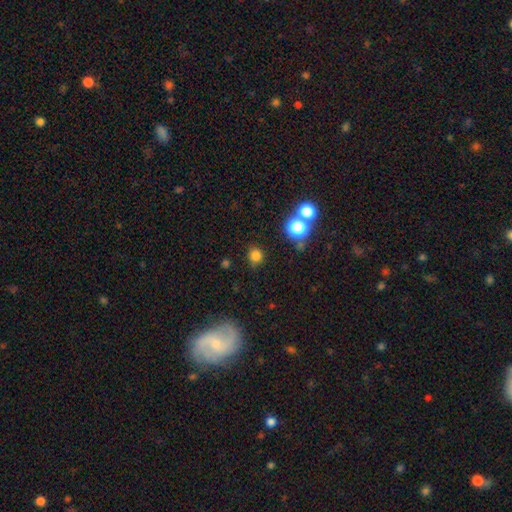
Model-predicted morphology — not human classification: Overall: smooth (78%). How rounded: round (85%). Merging: none (84%).